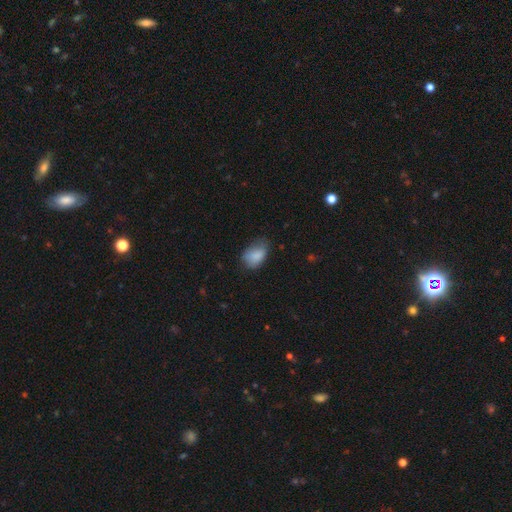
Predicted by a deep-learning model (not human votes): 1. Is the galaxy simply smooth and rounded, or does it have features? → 84% smooth, 8% star or artifact, 8% featured or disk.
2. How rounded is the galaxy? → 85% in between, 14% round, 1% cigar-shaped.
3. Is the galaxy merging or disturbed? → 46% none, 39% minor disturbance, 13% major disturbance, 2% merger.